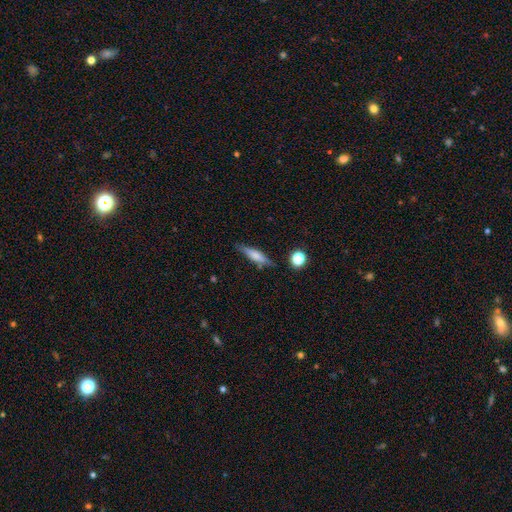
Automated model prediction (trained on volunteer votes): The model was most divided on "smooth or featured": smooth: 61%, featured or disk: 31%, star or artifact: 8%. More confident: merging — none (76%); how rounded — cigar-shaped (74%).